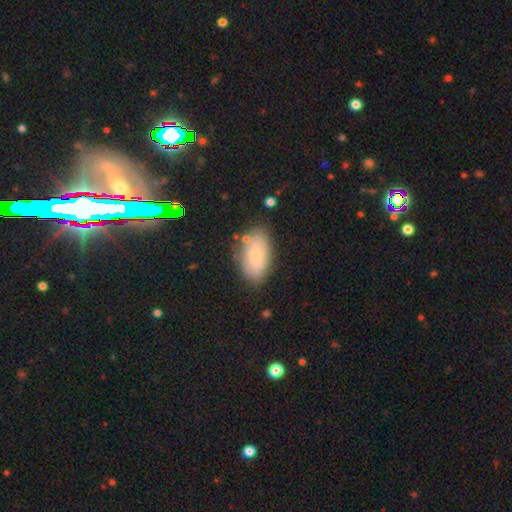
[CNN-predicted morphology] Smooth or featured: smooth — 73% (featured or disk — 18%)
How rounded: in between — 93% (cigar-shaped — 3%)
Merging: none — 77% (minor disturbance — 15%)